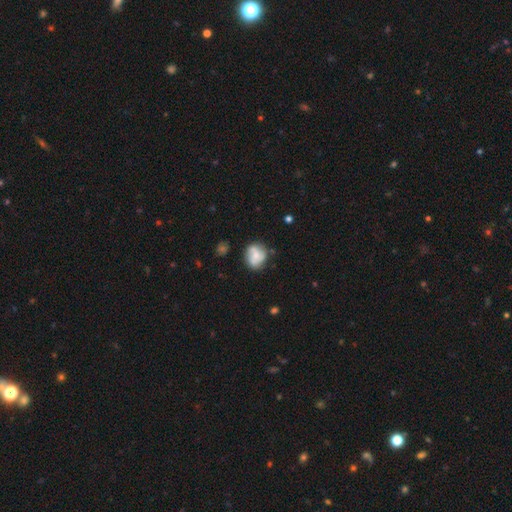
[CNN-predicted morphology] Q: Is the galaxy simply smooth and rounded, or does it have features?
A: smooth — 58%.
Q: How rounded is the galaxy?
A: round — 62%.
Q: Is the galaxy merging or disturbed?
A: none — 61%.